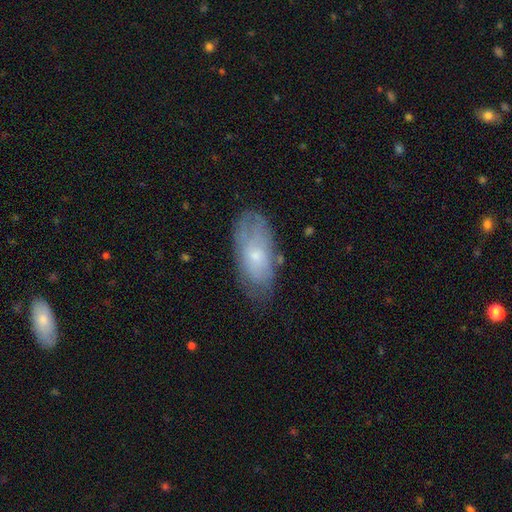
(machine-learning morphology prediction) type=smooth (49%); merging=none (67%).